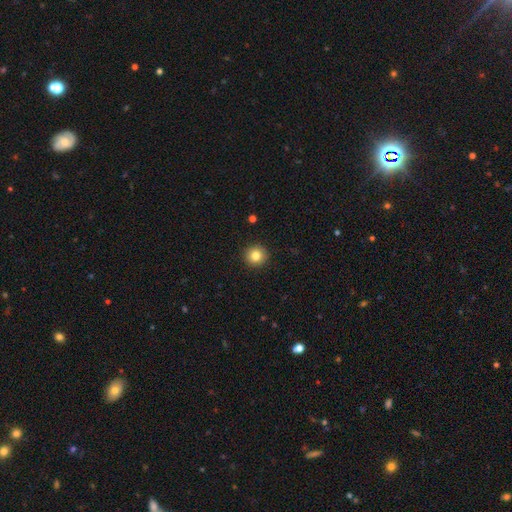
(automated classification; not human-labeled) smooth_or_featured: smooth (p=0.83) [alt: star or artifact p=0.10]
how_rounded: round (p=0.95) [alt: in between p=0.04]
merging: none (p=0.93) [alt: minor disturbance p=0.05]